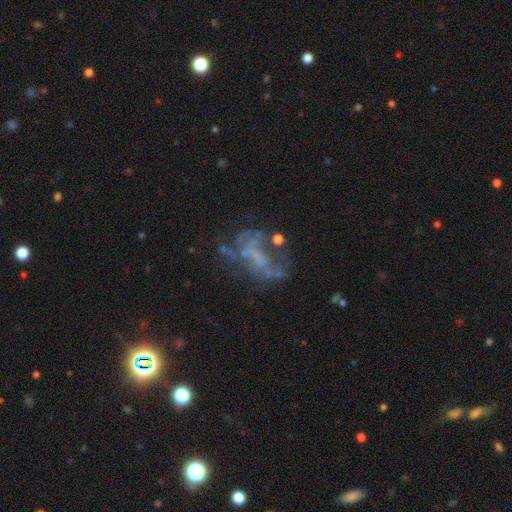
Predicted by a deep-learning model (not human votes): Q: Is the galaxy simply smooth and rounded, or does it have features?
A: featured or disk — 62%.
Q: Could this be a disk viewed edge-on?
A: no — 97%.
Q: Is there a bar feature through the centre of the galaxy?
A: no — 73%.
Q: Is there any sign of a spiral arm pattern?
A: no — 66%.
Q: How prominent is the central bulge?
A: none — 71%.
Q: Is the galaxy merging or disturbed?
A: none — 42%.